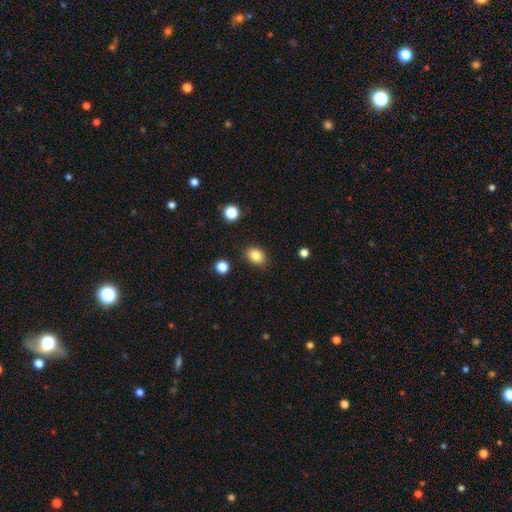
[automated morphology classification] This is clearly a smooth galaxy (84%). How rounded: possibly in between (57%). Merging: clearly none (85%).